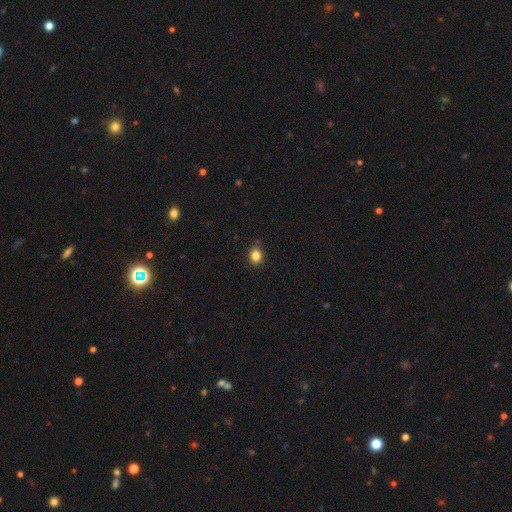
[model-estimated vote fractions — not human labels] Smooth or featured?
  - smooth: 85% *
  - star or artifact: 11%
  - featured or disk: 4%
How rounded?
  - round: 64% *
  - in between: 36%
  - cigar-shaped: 1%
Merging?
  - none: 85% *
  - minor disturbance: 12%
  - major disturbance: 2%
  - merger: 1%